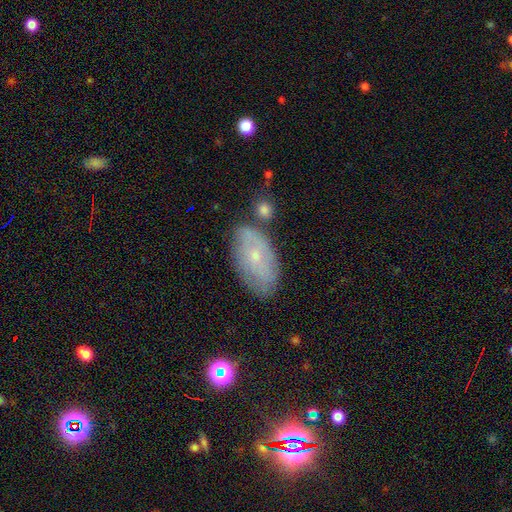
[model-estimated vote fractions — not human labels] Q: Smooth or featured?
A: featured or disk (48%); runner-up: smooth (42%)
Q: Merging?
A: none (66%); runner-up: minor disturbance (21%)